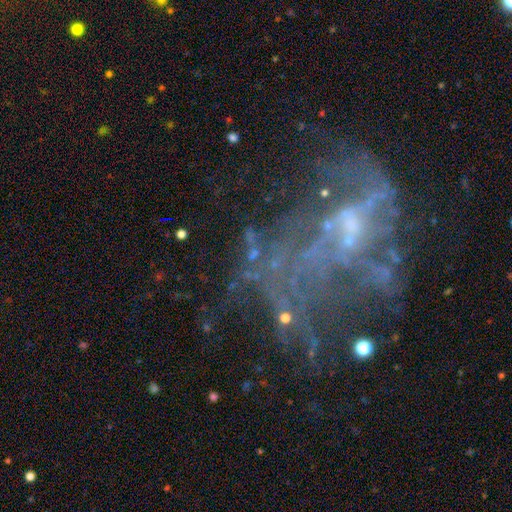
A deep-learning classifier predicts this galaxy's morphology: This appears to be a featured or disk galaxy (63%) with no bar (58%), spiral arms (54%) and a small central bulge (48%). Merging: none (45%).